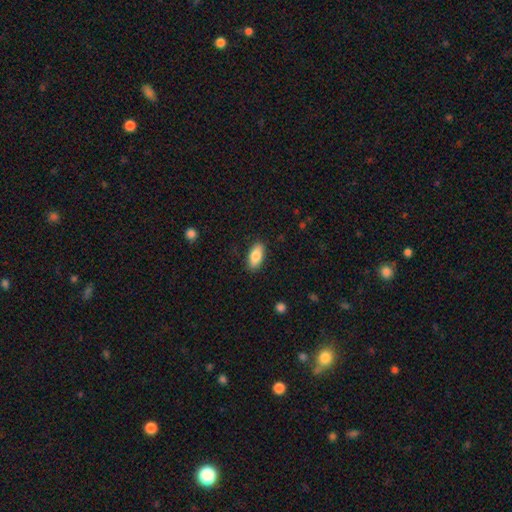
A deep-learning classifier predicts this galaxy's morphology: This is clearly a smooth galaxy (84%). How rounded: clearly in between (88%). Merging: clearly none (88%).